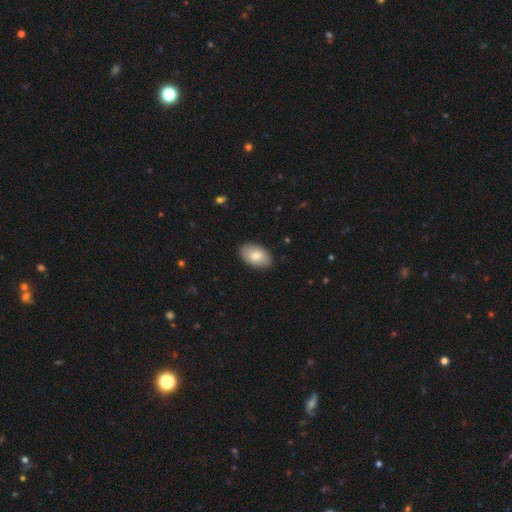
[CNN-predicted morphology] A smooth galaxy with no disk features (80%) that is in between round and cigar-shaped (94%).

Vote fractions:
- Smooth or featured? smooth: 80% / featured or disk: 15% / star or artifact: 6%
- How rounded? in between: 94% / round: 4% / cigar-shaped: 1%
- Merging? none: 87% / minor disturbance: 10% / major disturbance: 2% / merger: 1%